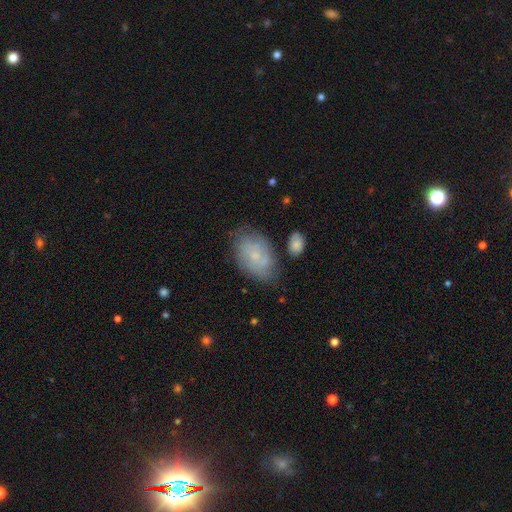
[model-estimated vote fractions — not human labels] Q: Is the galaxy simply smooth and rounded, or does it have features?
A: smooth — 52%.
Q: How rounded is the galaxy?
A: in between — 89%.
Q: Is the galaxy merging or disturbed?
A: none — 62%.